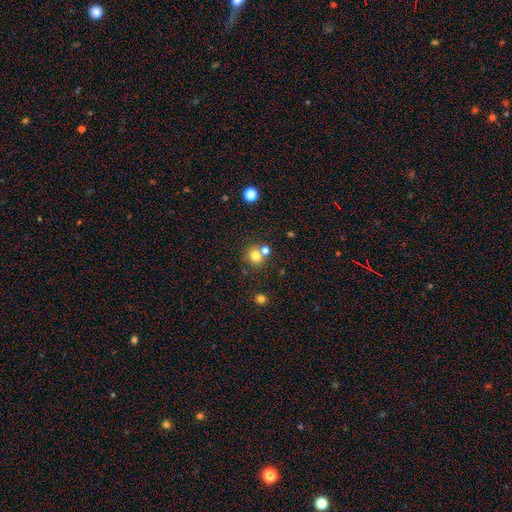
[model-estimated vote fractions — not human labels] smooth_or_featured: smooth (p=0.76) [alt: star or artifact p=0.14]
how_rounded: round (p=0.86) [alt: in between p=0.13]
merging: none (p=0.63) [alt: merger p=0.26]